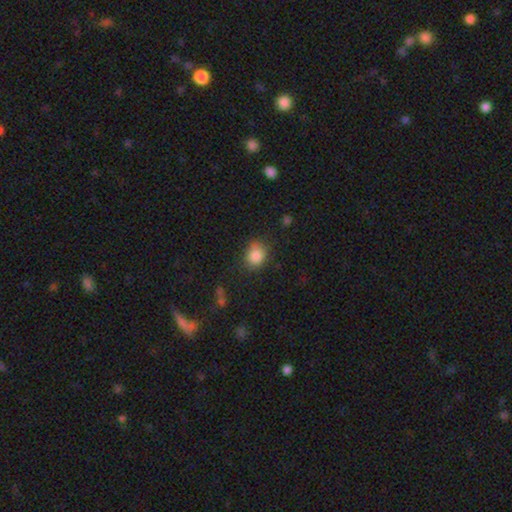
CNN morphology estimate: Q: Smooth or featured?
A: smooth (85%); runner-up: star or artifact (9%)
Q: How rounded?
A: round (61%); runner-up: in between (38%)
Q: Merging?
A: none (72%); runner-up: minor disturbance (20%)